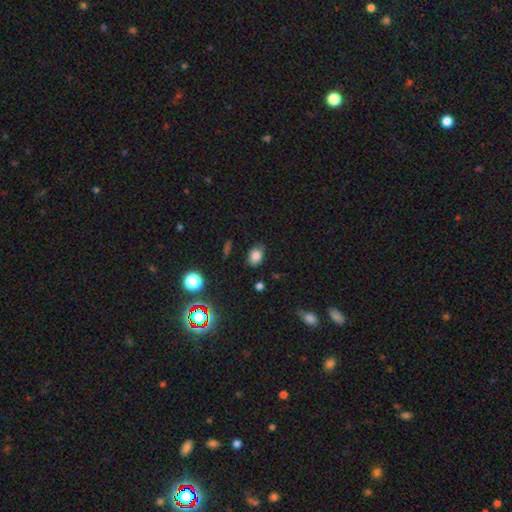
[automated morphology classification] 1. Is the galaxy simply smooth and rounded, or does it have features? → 80% smooth, 13% star or artifact, 8% featured or disk.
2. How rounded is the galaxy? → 74% in between, 25% round, 1% cigar-shaped.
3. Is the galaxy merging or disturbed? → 79% none, 16% minor disturbance, 3% major disturbance, 2% merger.